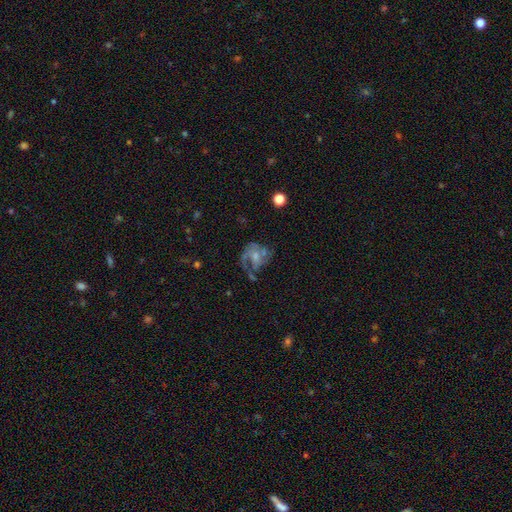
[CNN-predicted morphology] A featured or disk galaxy (71%) with no bar (60%), 1 (30%) medium (45%) spiral arms (82%) and a small central bulge (38%). Merging: none (39%).